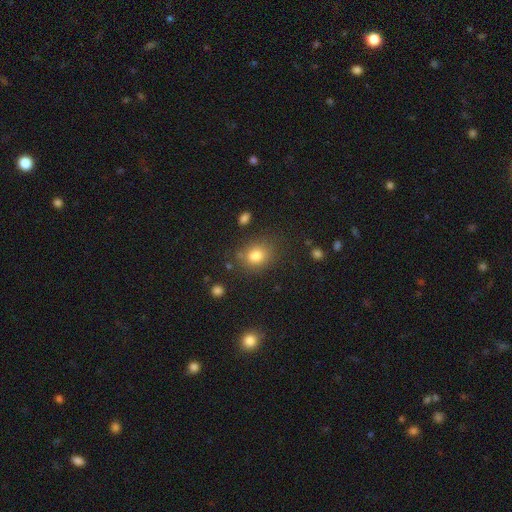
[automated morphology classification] smooth-or-featured: smooth: 80% | star or artifact: 12% | featured or disk: 8%
  how-rounded: round: 57% | in between: 42% | cigar-shaped: 1%
  merging: none: 73% | minor disturbance: 15% | merger: 7% | major disturbance: 5%